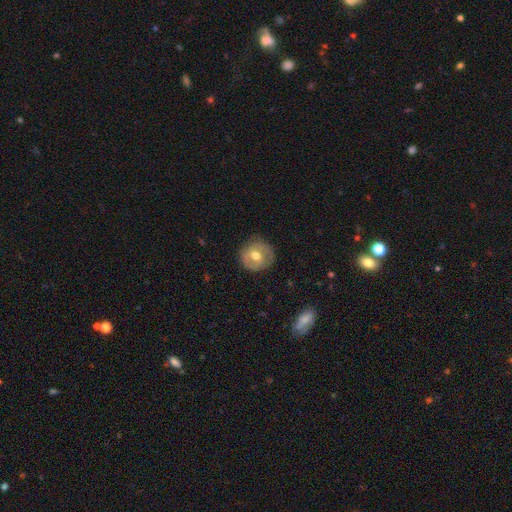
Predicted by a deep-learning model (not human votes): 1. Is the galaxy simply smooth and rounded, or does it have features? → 53% smooth, 39% featured or disk, 7% star or artifact.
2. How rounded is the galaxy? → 90% round, 9% in between, 1% cigar-shaped.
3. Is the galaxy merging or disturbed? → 81% none, 15% minor disturbance, 4% major disturbance, 1% merger.